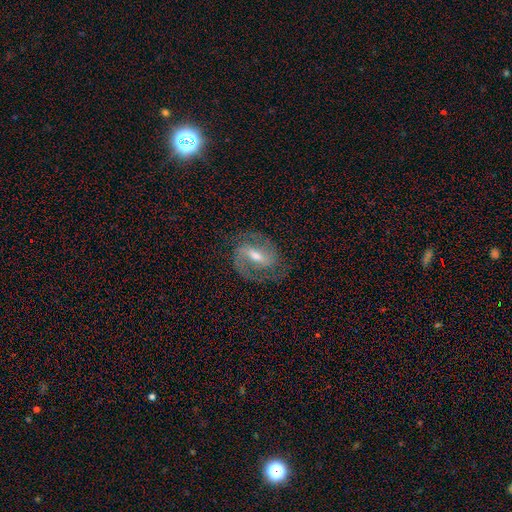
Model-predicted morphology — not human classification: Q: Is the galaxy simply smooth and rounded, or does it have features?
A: featured or disk — 87%.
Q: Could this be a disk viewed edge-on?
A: no — 96%.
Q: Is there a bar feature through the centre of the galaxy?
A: strong — 48%.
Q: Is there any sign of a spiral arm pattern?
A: yes — 96%.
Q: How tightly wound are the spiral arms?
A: medium — 55%.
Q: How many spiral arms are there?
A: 2 — 89%.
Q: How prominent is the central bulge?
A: moderate — 54%.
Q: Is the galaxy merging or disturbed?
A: none — 78%.